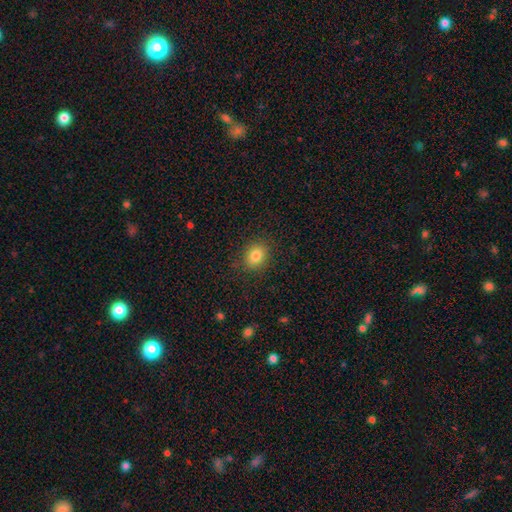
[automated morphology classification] Q: Smooth or featured?
A: smooth (83%); runner-up: star or artifact (10%)
Q: How rounded?
A: round (51%); runner-up: in between (49%)
Q: Merging?
A: none (87%); runner-up: minor disturbance (9%)